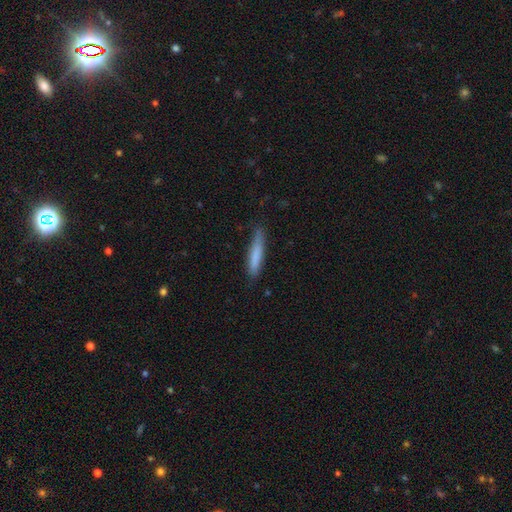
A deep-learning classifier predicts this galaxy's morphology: Smooth or featured? smooth (78%)
How rounded? cigar-shaped (90%)
Merging? none (78%)